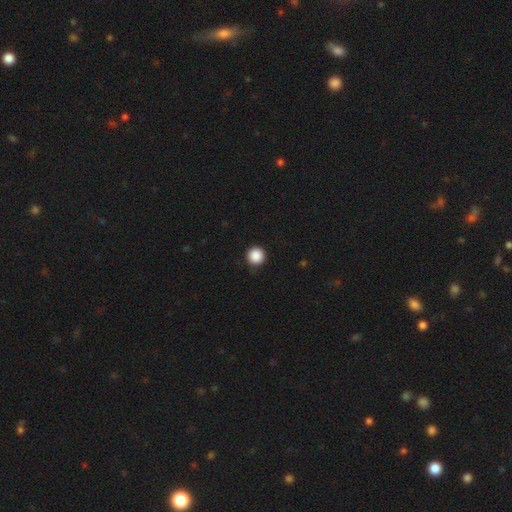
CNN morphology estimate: This is clearly a smooth galaxy (88%). How rounded: clearly round (96%). Merging: clearly none (90%).